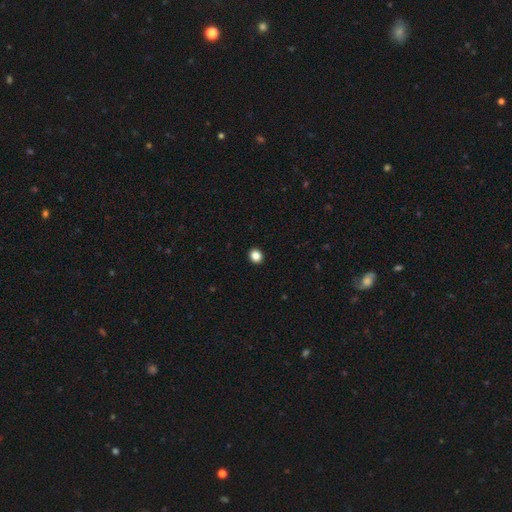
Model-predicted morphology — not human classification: This is clearly a smooth galaxy (86%). How rounded: likely round (74%). Merging: clearly none (93%).